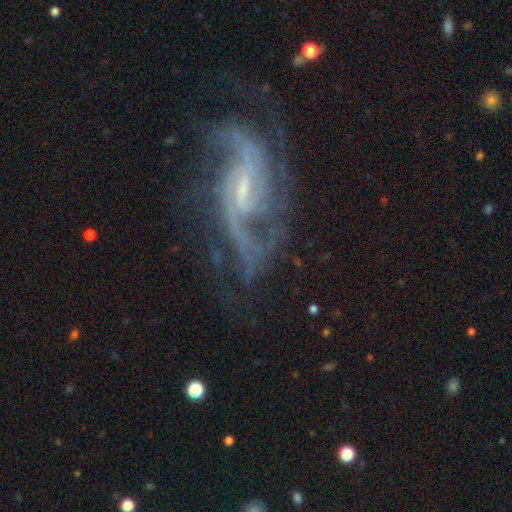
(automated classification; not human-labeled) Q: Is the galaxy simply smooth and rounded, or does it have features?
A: featured or disk — 89%.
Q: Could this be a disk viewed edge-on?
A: no — 96%.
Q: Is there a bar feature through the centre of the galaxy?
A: weak — 53%.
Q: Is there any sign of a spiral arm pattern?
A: yes — 96%.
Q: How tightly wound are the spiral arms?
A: medium — 45%.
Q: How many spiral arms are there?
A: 2 — 59%.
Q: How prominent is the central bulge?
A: small — 63%.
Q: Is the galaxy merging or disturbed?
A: none — 57%.